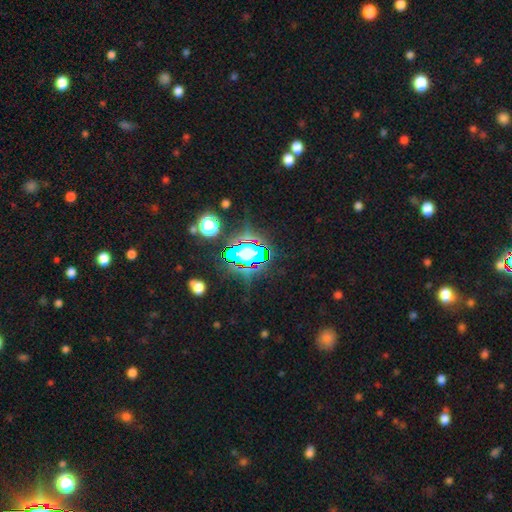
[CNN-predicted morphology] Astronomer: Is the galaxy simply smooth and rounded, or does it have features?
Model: star or artifact — 73%.